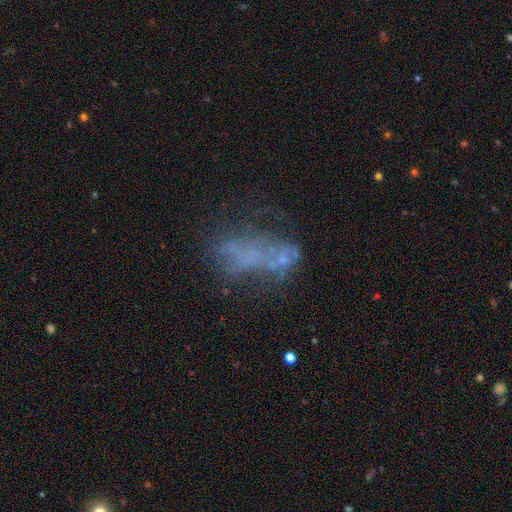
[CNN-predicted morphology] This appears to be a featured or disk galaxy (51%). Merging: none (41%).